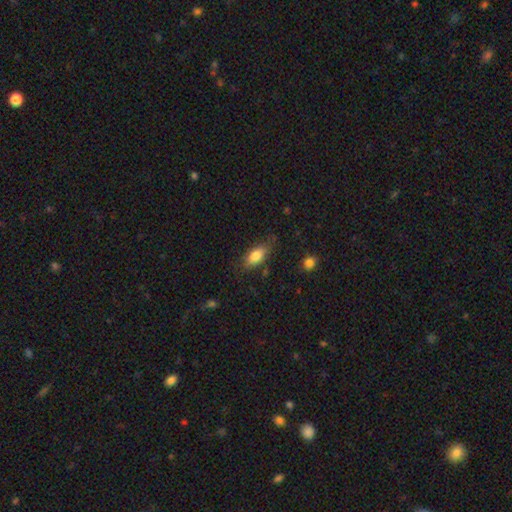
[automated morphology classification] Smooth or featured? smooth (80%)
How rounded? in between (82%)
Merging? none (73%)